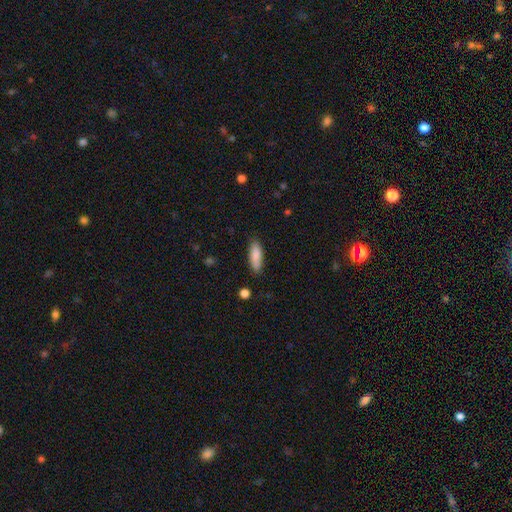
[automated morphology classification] Smooth or featured? Predicted: smooth (p=0.87). How rounded? Predicted: in between (p=0.59). Merging? Predicted: none (p=0.83).